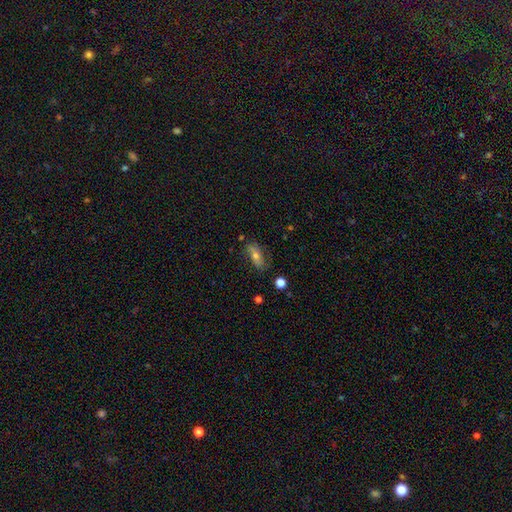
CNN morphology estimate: Q: Smooth or featured?
A: featured or disk (44%); tied with: smooth (44%)
Q: Merging?
A: none (69%); runner-up: minor disturbance (21%)